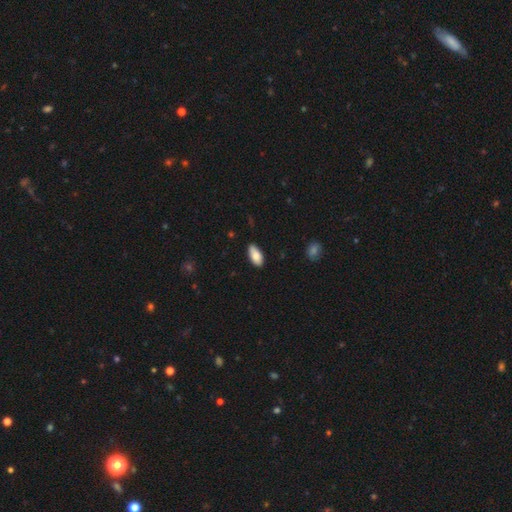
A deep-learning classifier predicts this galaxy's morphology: Smooth or featured: smooth — 84% (featured or disk — 10%)
How rounded: in between — 90% (cigar-shaped — 8%)
Merging: none — 82% (minor disturbance — 14%)